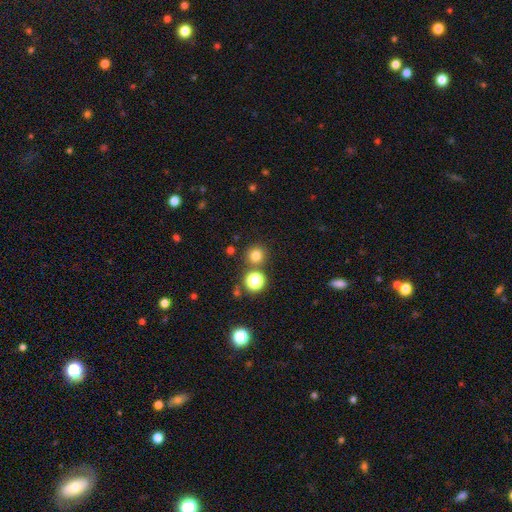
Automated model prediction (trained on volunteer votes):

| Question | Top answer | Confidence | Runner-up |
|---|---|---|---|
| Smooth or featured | smooth | 75% | star or artifact (20%) |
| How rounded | round | 93% | in between (6%) |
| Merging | none | 82% | merger (8%) |